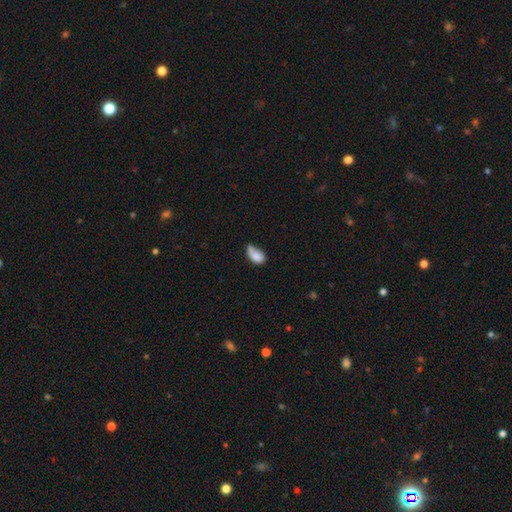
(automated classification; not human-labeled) Smooth or featured?
  - smooth: 78% *
  - featured or disk: 14%
  - star or artifact: 8%
How rounded?
  - in between: 89% *
  - round: 8%
  - cigar-shaped: 3%
Merging?
  - minor disturbance: 35% *
  - none: 33%
  - major disturbance: 19%
  - merger: 12%